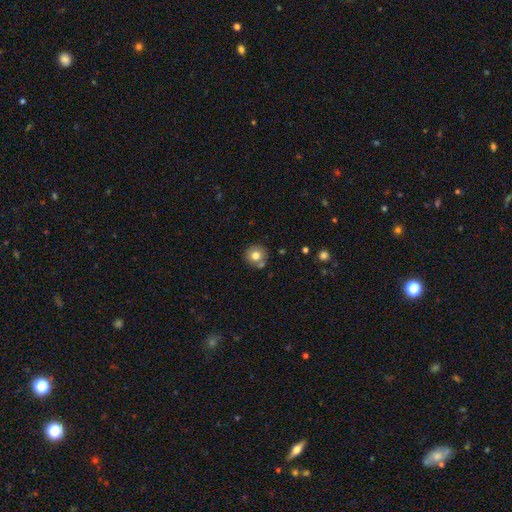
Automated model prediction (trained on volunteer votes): Smooth or featured? smooth (77%)
How rounded? round (91%)
Merging? none (72%)